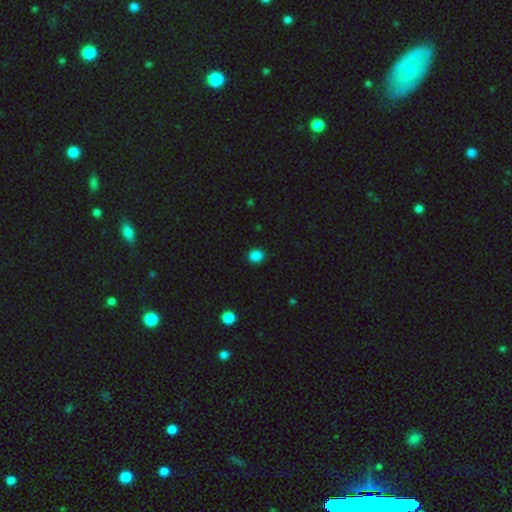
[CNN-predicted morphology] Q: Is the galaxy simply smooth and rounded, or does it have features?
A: smooth — 86%.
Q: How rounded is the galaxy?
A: round — 74%.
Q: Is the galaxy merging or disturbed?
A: none — 90%.